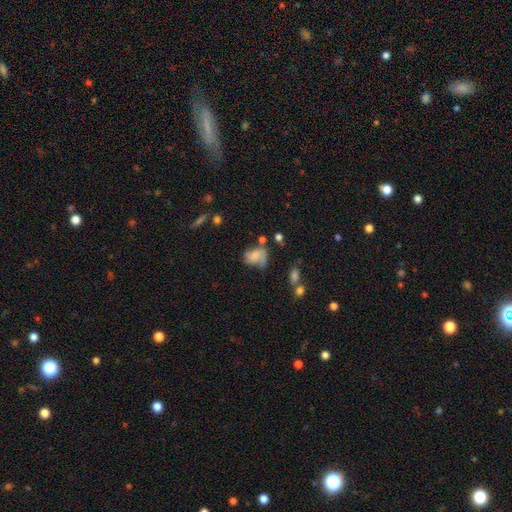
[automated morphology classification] Smooth or featured?
  - featured or disk: 53% *
  - smooth: 37%
  - star or artifact: 9%
Edge-on disk?
  - no: 97% *
  - yes: 3%
Bar?
  - no: 69% *
  - weak: 26%
  - strong: 5%
Spiral arms?
  - yes: 82% *
  - no: 18%
Bulge size?
  - none: 33% *
  - small: 27%
  - moderate: 26%
  - large: 11%
  - dominant: 3%
Merging?
  - none: 39% *
  - minor disturbance: 27%
  - major disturbance: 26%
  - merger: 9%